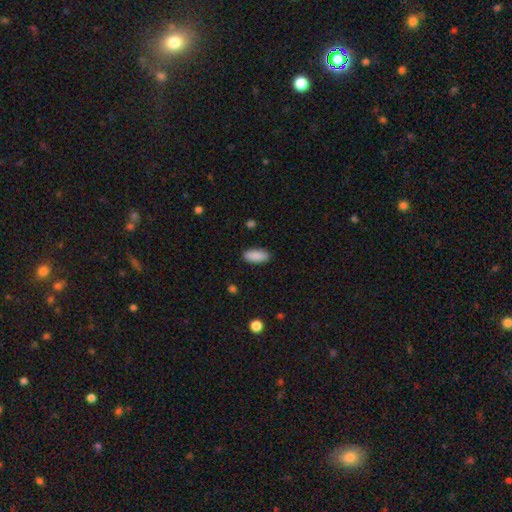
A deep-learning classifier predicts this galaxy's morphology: A smooth galaxy with no disk features (90%) that is in between round and cigar-shaped (87%).

Vote fractions:
- Smooth or featured? smooth: 90% / star or artifact: 6% / featured or disk: 4%
- How rounded? in between: 87% / cigar-shaped: 11% / round: 2%
- Merging? none: 88% / minor disturbance: 9% / major disturbance: 2% / merger: 1%